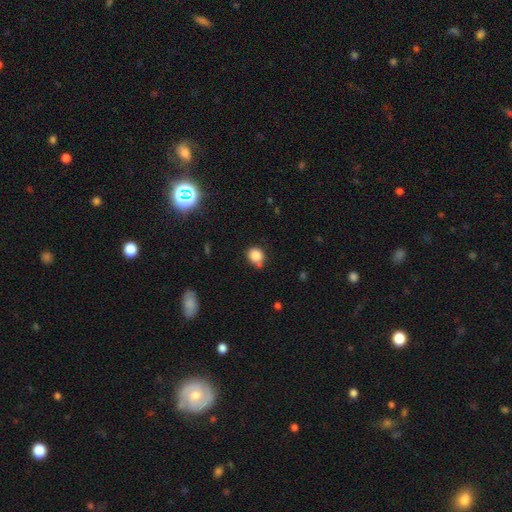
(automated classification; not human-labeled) The model was most divided on "merging": none: 64%, minor disturbance: 22%, merger: 9%, major disturbance: 5%. More confident: smooth or featured — smooth (84%); how rounded — round (79%).